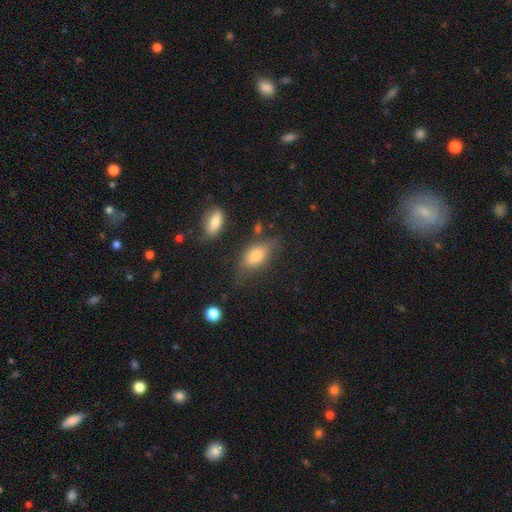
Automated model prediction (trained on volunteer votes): Morphology: type=smooth (74%); roundness=in between (84%); merging=none (57%).